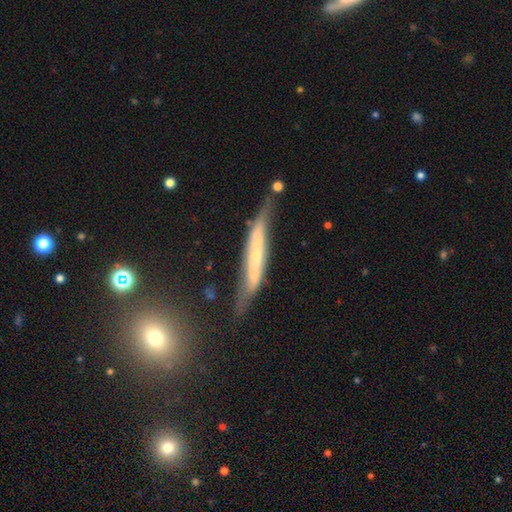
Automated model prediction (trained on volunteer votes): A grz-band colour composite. It shows a featured or disk galaxy (67%) viewed edge-on (74%). Merging: none (56%).